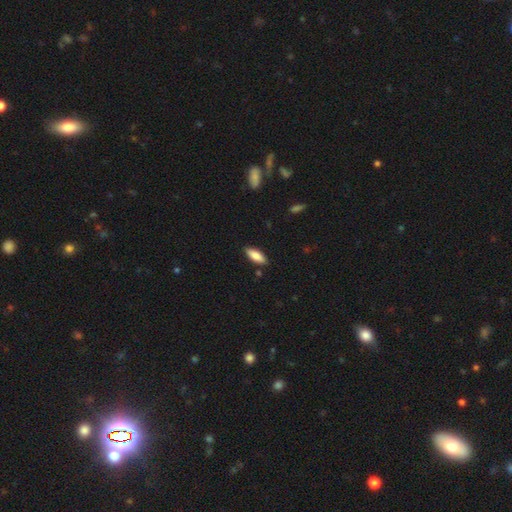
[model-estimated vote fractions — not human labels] smooth_or_featured: smooth (p=0.82) [alt: featured or disk p=0.12]
how_rounded: in between (p=0.69) [alt: cigar-shaped p=0.29]
merging: none (p=0.87) [alt: minor disturbance p=0.10]